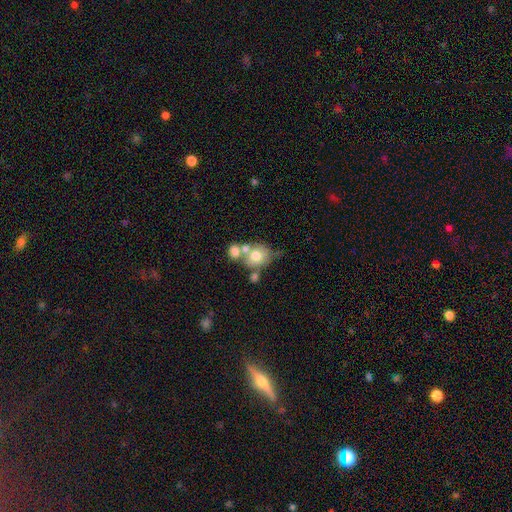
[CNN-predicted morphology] Smooth or featured: smooth — 67% (featured or disk — 23%)
How rounded: round — 64% (in between — 35%)
Merging: merger — 47% (none — 35%)